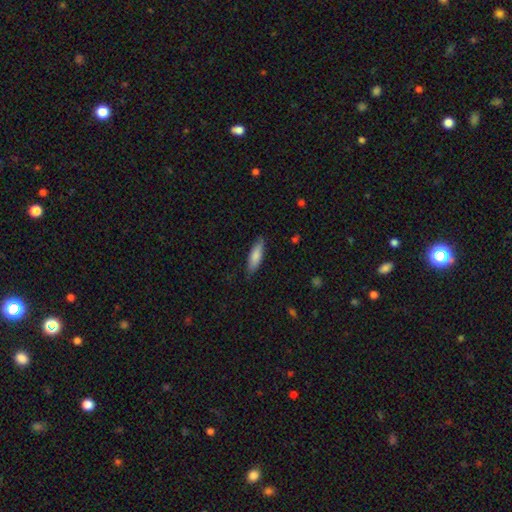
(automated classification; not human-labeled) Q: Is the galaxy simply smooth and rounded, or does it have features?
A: smooth — 82%.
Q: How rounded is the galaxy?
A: cigar-shaped — 56%.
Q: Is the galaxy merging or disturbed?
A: none — 84%.